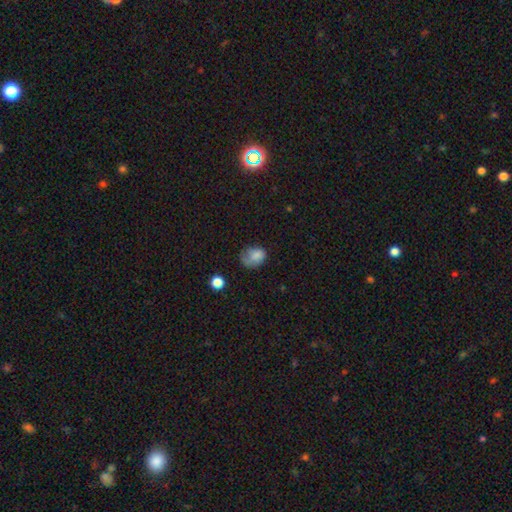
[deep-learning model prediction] smooth-or-featured: smooth: 78% | featured or disk: 12% | star or artifact: 10%
  how-rounded: in between: 56% | round: 43% | cigar-shaped: 1%
  merging: none: 40% | minor disturbance: 34% | major disturbance: 23% | merger: 3%